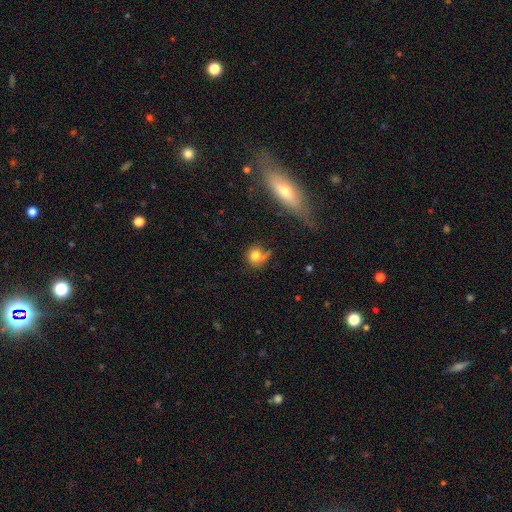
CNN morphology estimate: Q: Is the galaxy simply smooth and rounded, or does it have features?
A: smooth — 74%.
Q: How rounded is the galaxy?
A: round — 76%.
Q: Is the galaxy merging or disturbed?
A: none — 48%.